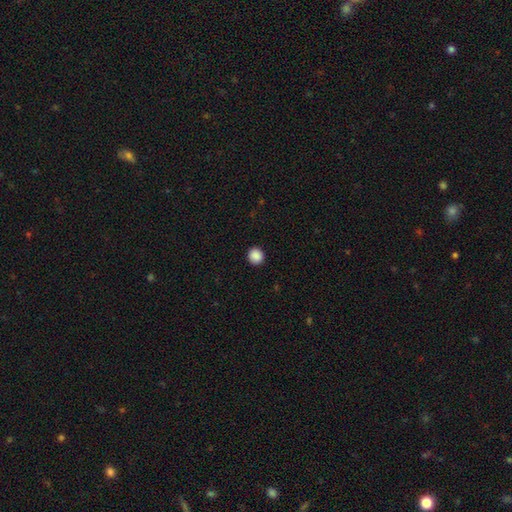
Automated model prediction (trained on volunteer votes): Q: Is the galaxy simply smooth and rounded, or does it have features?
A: smooth — 89%.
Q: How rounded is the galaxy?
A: round — 92%.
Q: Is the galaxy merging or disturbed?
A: none — 93%.